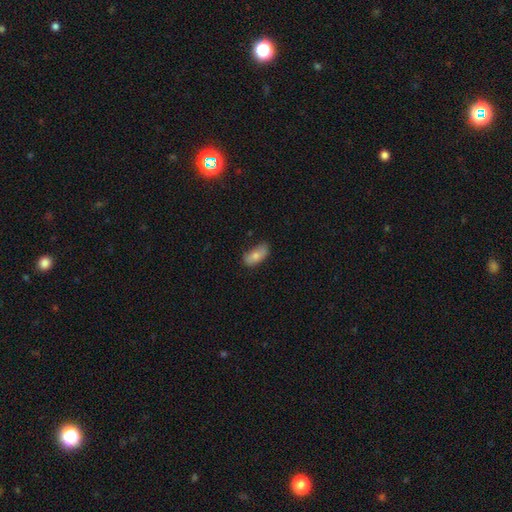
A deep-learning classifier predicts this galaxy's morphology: This appears to be a smooth galaxy with no disk features (80%) that is in between round and cigar-shaped (88%). Merging: none (67%).